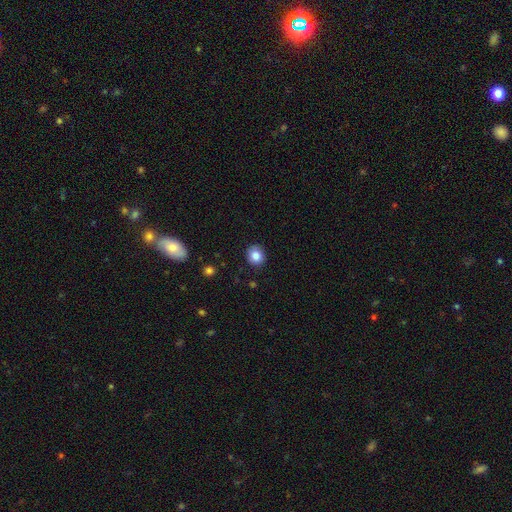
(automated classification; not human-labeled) Overall: smooth (84%). How rounded: round (83%). Merging: none (90%).